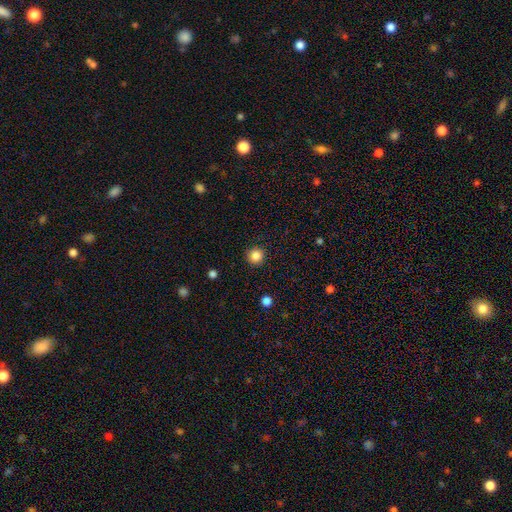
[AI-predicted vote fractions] Smooth or featured? smooth (86%)
How rounded? round (95%)
Merging? none (91%)